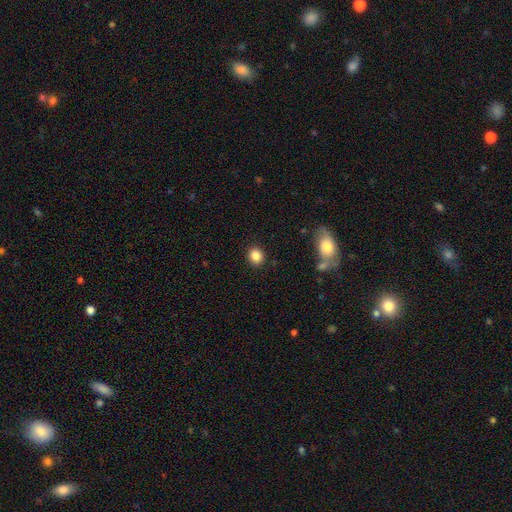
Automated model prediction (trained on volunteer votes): This is clearly a smooth galaxy (86%). How rounded: likely round (66%). Merging: clearly none (89%).